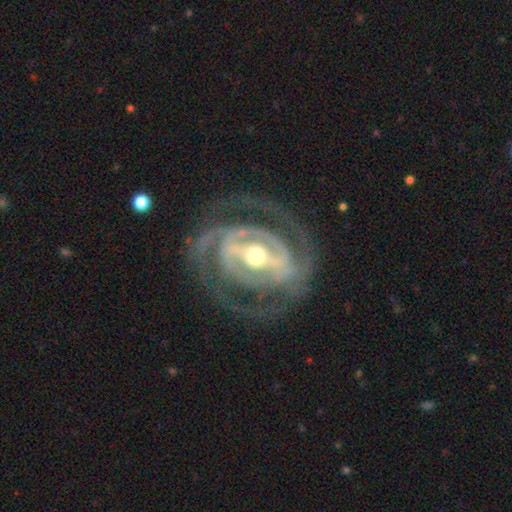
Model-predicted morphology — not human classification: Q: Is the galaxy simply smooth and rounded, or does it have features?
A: featured or disk — 91%.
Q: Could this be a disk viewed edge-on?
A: no — 96%.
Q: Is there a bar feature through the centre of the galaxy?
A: strong — 57%.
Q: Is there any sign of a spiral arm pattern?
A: yes — 95%.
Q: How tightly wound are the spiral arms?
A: tight — 52%.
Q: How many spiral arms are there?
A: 2 — 57%.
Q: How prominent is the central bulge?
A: moderate — 69%.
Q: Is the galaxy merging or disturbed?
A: none — 72%.